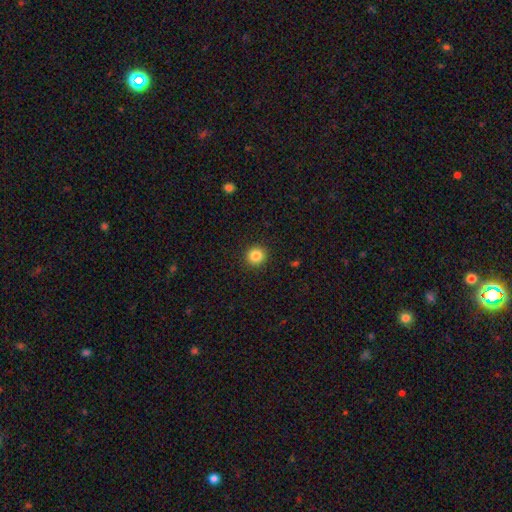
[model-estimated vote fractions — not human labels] A smooth galaxy with no disk features (85%) that is round (92%).

Vote fractions:
- Smooth or featured? smooth: 85% / star or artifact: 10% / featured or disk: 4%
- How rounded? round: 92% / in between: 7% / cigar-shaped: 1%
- Merging? none: 92% / minor disturbance: 5% / major disturbance: 2% / merger: 1%